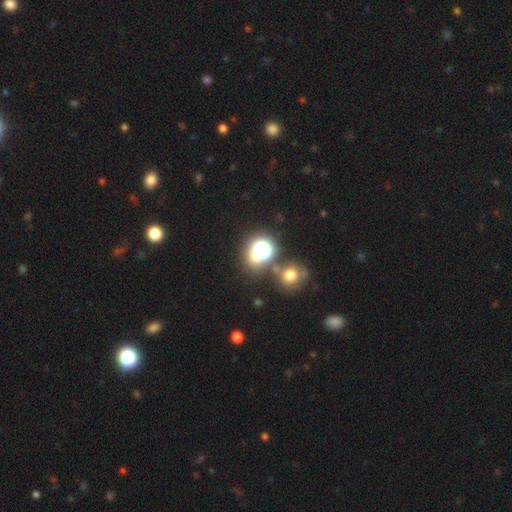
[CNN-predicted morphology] This is possibly a star or artifact rather than a galaxy (50%).